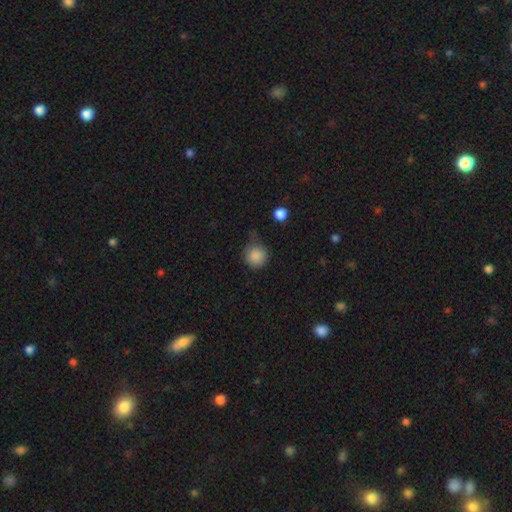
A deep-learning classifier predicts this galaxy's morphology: type=smooth (87%); roundness=round (91%); merging=none (67%).